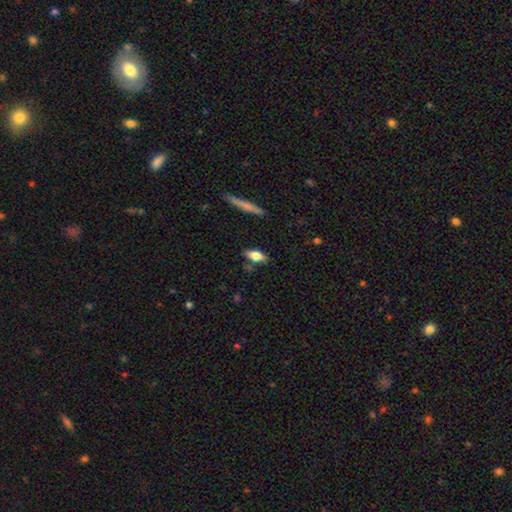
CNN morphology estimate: Smooth or featured?
  - smooth: 70% *
  - featured or disk: 23%
  - star or artifact: 7%
How rounded?
  - in between: 72% *
  - cigar-shaped: 25%
  - round: 3%
Merging?
  - none: 80% *
  - minor disturbance: 13%
  - merger: 4%
  - major disturbance: 3%